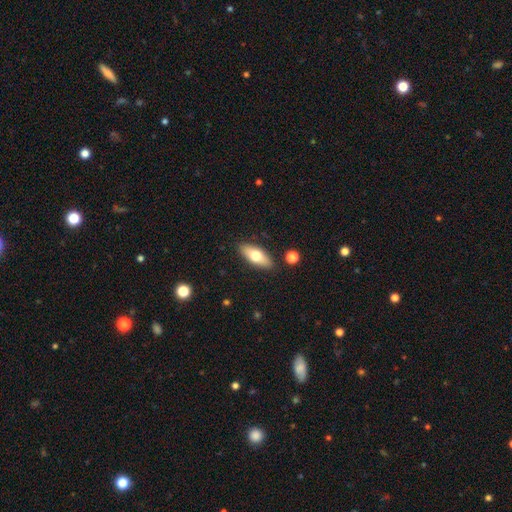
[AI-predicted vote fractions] This appears to be a smooth galaxy with no disk features (64%) that is in between round and cigar-shaped (74%). Merging: none (87%).